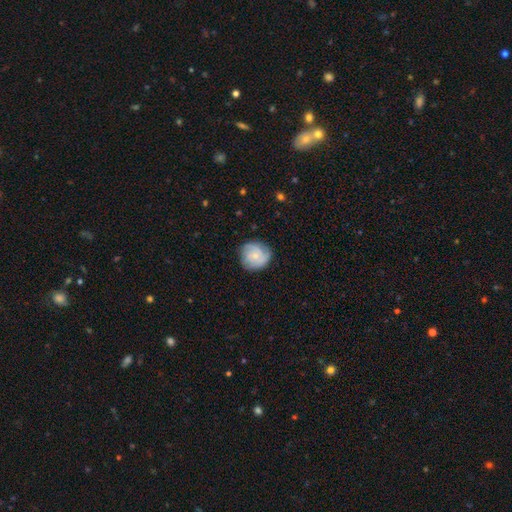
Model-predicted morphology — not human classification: Smooth or featured?
  - featured or disk: 54% *
  - smooth: 38%
  - star or artifact: 7%
Edge-on disk?
  - no: 98% *
  - yes: 2%
Bar?
  - no: 79% *
  - weak: 18%
  - strong: 3%
Spiral arms?
  - yes: 89% *
  - no: 11%
Bulge size?
  - small: 71% *
  - moderate: 24%
  - none: 4%
  - large: 1%
  - dominant: 1%
Merging?
  - none: 76% *
  - minor disturbance: 18%
  - major disturbance: 5%
  - merger: 1%